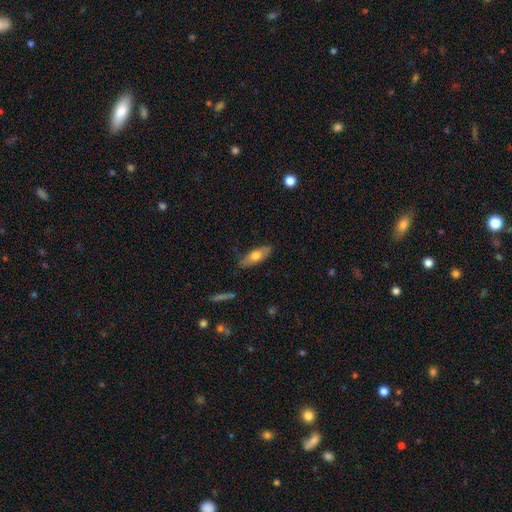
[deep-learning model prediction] This appears to be a smooth galaxy with no disk features (65%) that is in between round and cigar-shaped (65%). Merging: none (82%).